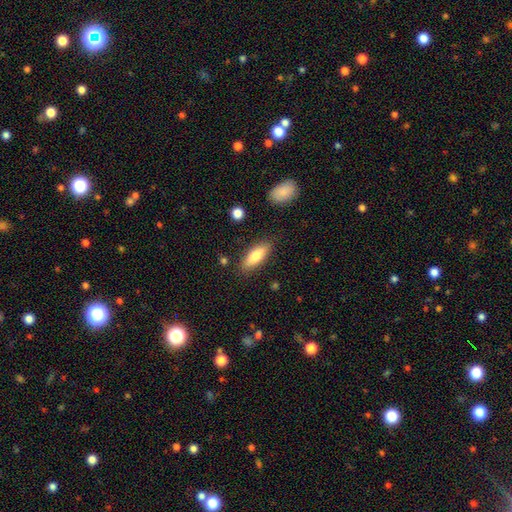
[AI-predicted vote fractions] smooth 77%, featured or disk 17%, star or artifact 6%. Down the decision tree: how rounded — in between (66%); merging — none (84%).